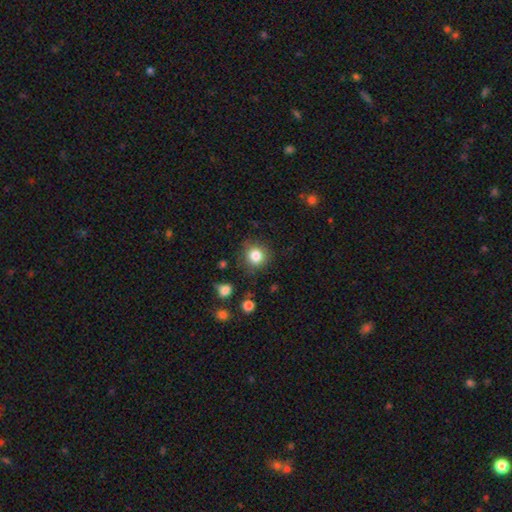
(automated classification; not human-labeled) Overall: smooth (84%). How rounded: round (89%). Merging: none (82%).